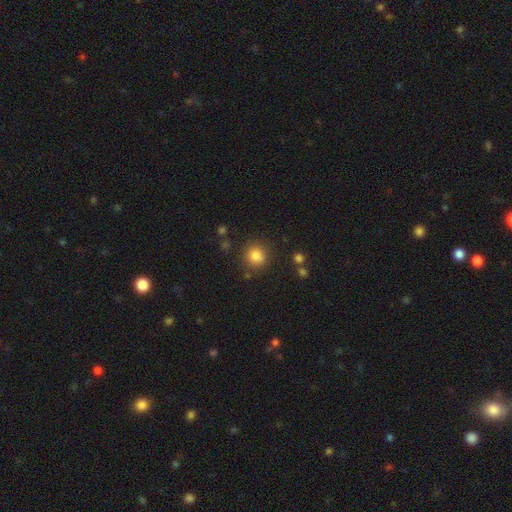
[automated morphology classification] A smooth galaxy with no disk features (83%) that is round (84%).

Vote fractions:
- Smooth or featured? smooth: 83% / star or artifact: 11% / featured or disk: 5%
- How rounded? round: 84% / in between: 15% / cigar-shaped: 1%
- Merging? none: 82% / minor disturbance: 10% / merger: 4% / major disturbance: 4%